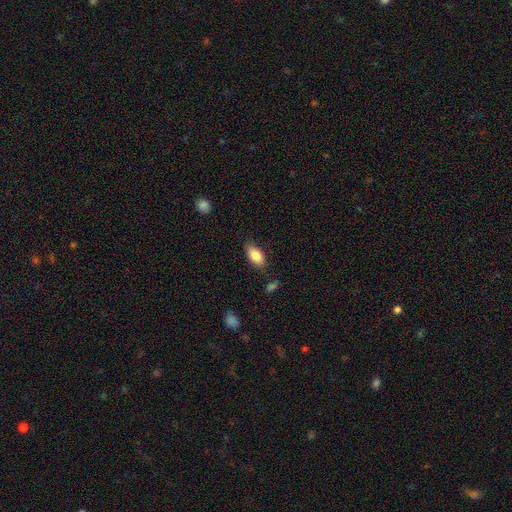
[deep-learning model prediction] This appears to be a smooth galaxy with no disk features (85%) that is in between round and cigar-shaped (92%). Merging: none (78%).